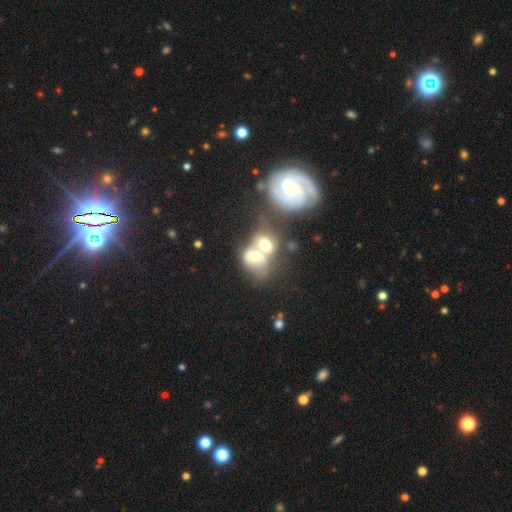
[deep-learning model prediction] featured or disk 61%, smooth 30%, star or artifact 9%. Down the decision tree: edge-on disk — no (96%); bar — no (58%); spiral arms — yes (67%); bulge size — moderate (61%); merging — merger (70%).